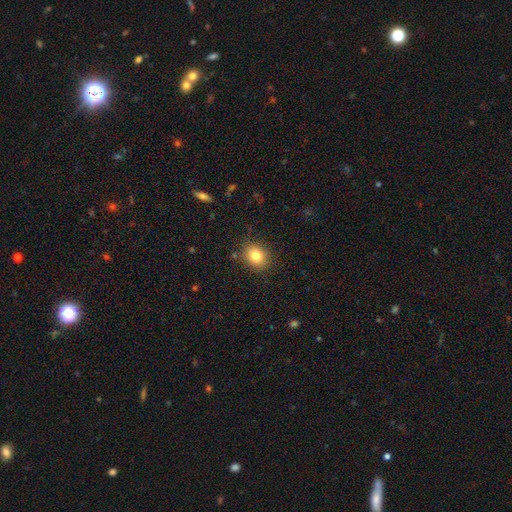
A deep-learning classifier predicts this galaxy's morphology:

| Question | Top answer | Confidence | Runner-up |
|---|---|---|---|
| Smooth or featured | smooth | 82% | star or artifact (11%) |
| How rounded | round | 60% | in between (39%) |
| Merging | none | 86% | minor disturbance (9%) |